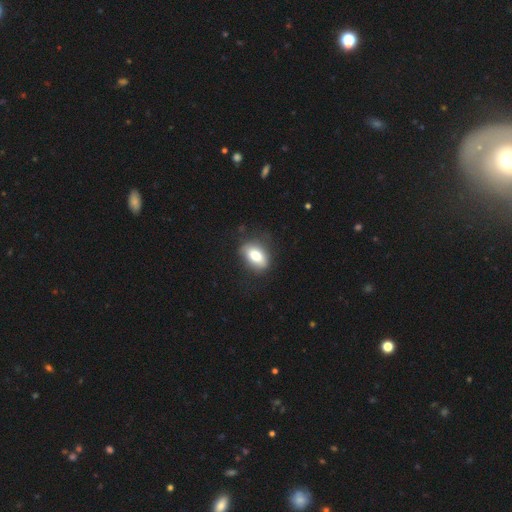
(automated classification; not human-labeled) smooth_or_featured: smooth (p=0.74) [alt: featured or disk p=0.18]
how_rounded: in between (p=0.84) [alt: round p=0.14]
merging: none (p=0.76) [alt: minor disturbance p=0.17]